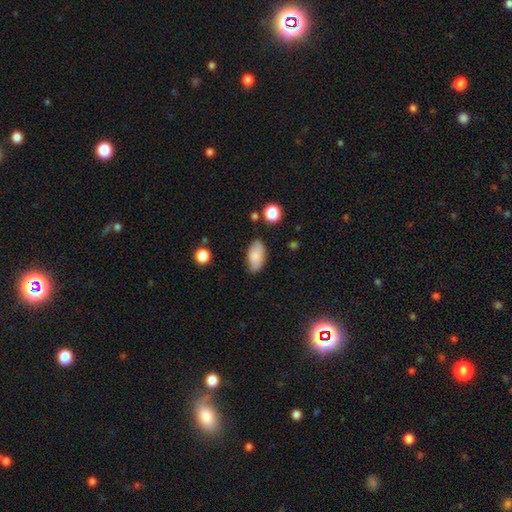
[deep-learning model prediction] Smooth or featured?
  - smooth: 83% *
  - featured or disk: 10%
  - star or artifact: 7%
How rounded?
  - in between: 92% *
  - cigar-shaped: 5%
  - round: 3%
Merging?
  - none: 78% *
  - minor disturbance: 16%
  - major disturbance: 3%
  - merger: 2%